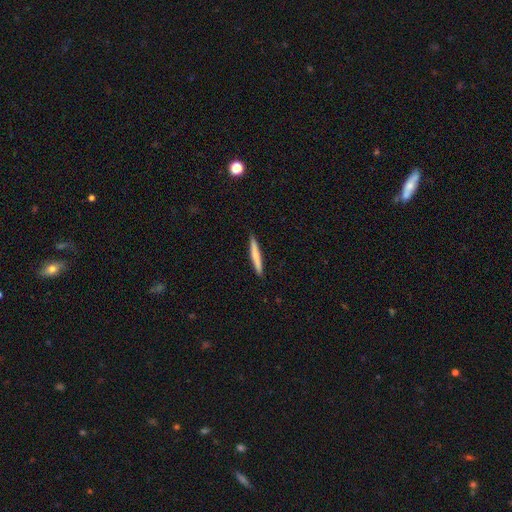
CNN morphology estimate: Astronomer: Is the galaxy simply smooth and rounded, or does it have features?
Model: smooth — 70%.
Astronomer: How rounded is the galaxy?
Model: cigar-shaped — 96%.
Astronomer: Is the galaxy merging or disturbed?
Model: none — 92%.